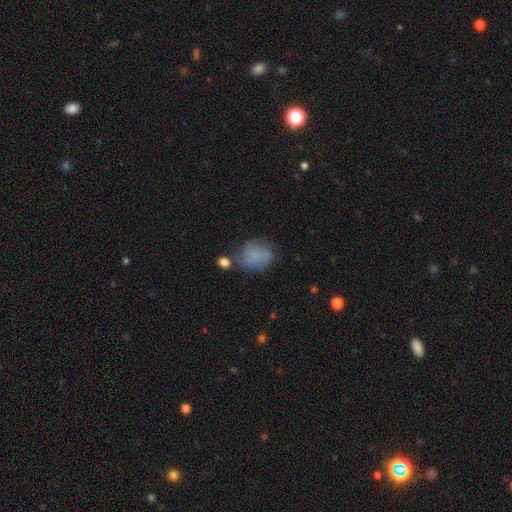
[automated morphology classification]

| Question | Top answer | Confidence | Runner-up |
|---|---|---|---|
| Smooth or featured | smooth | 64% | featured or disk (24%) |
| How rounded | in between | 53% | round (46%) |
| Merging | none | 47% | minor disturbance (26%) |